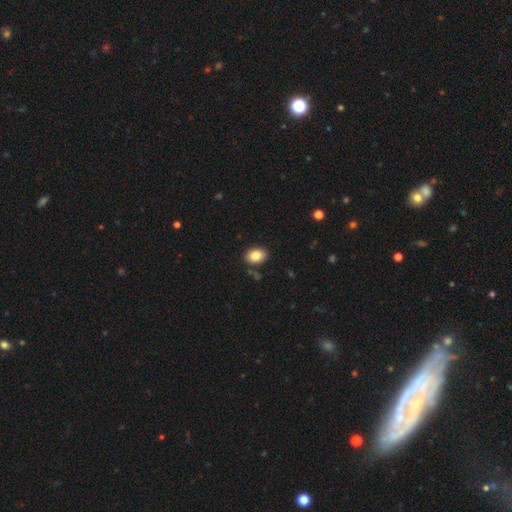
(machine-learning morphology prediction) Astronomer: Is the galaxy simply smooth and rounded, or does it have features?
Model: smooth — 86%.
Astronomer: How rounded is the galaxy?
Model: in between — 81%.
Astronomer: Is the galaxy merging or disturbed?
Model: none — 85%.